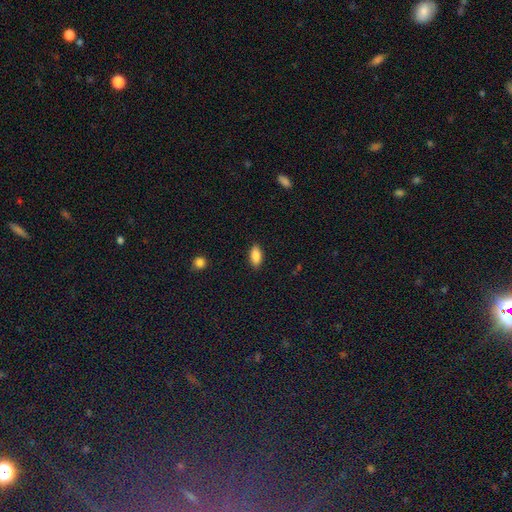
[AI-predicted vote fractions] smooth 88%, star or artifact 7%, featured or disk 5%. Down the decision tree: how rounded — in between (87%); merging — none (89%).